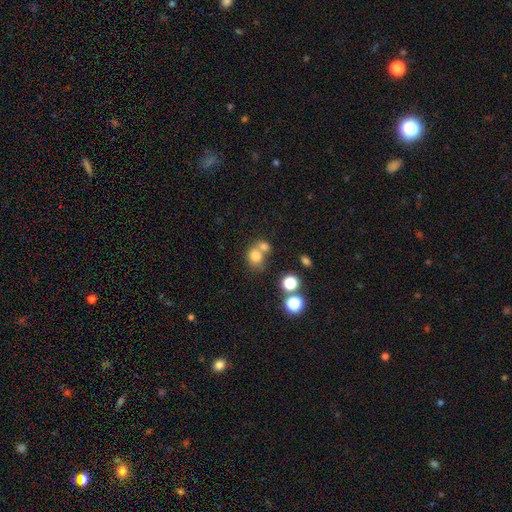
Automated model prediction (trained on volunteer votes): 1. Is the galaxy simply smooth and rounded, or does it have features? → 76% smooth, 13% star or artifact, 10% featured or disk.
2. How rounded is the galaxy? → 68% round, 31% in between, 1% cigar-shaped.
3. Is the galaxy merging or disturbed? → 45% merger, 41% none, 9% minor disturbance, 5% major disturbance.